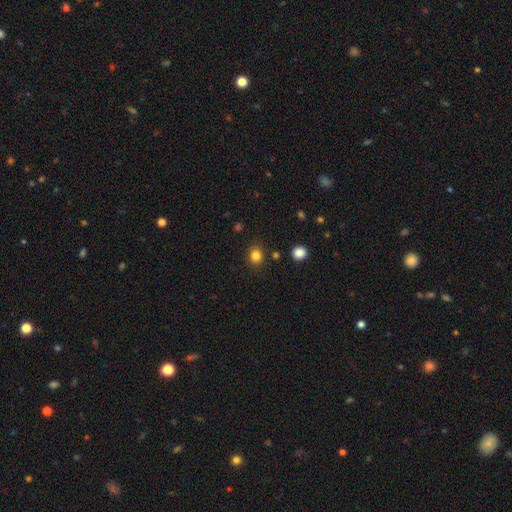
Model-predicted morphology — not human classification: Smooth or featured?
  - smooth: 83% *
  - star or artifact: 12%
  - featured or disk: 5%
How rounded?
  - round: 74% *
  - in between: 25%
  - cigar-shaped: 1%
Merging?
  - none: 87% *
  - minor disturbance: 8%
  - merger: 3%
  - major disturbance: 2%